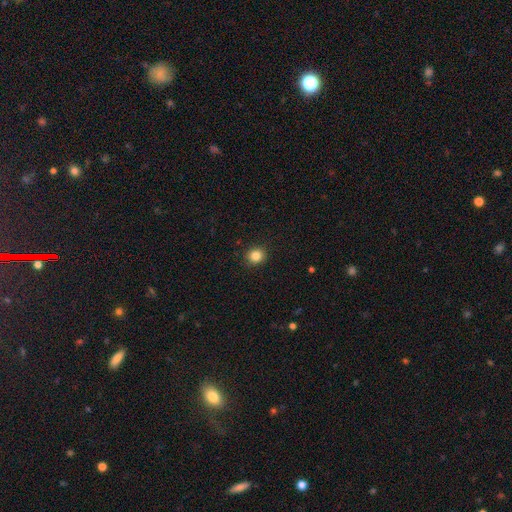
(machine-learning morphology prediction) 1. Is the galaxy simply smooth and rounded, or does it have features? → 85% smooth, 11% star or artifact, 4% featured or disk.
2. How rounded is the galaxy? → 87% round, 12% in between, 1% cigar-shaped.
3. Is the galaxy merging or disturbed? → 92% none, 6% minor disturbance, 2% major disturbance, 1% merger.